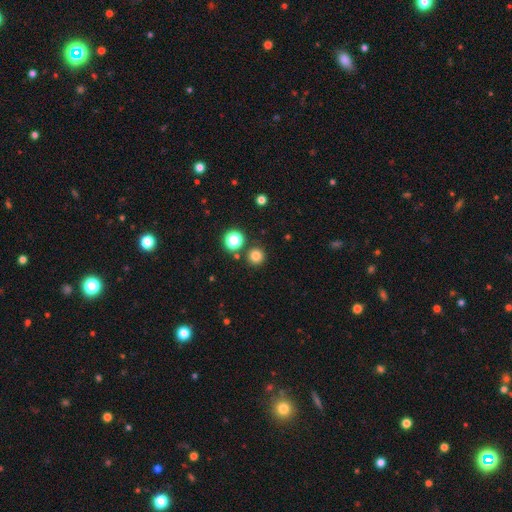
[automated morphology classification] smooth_or_featured: smooth (p=0.79) [alt: star or artifact p=0.16]
how_rounded: round (p=0.95) [alt: in between p=0.04]
merging: none (p=0.87) [alt: minor disturbance p=0.06]